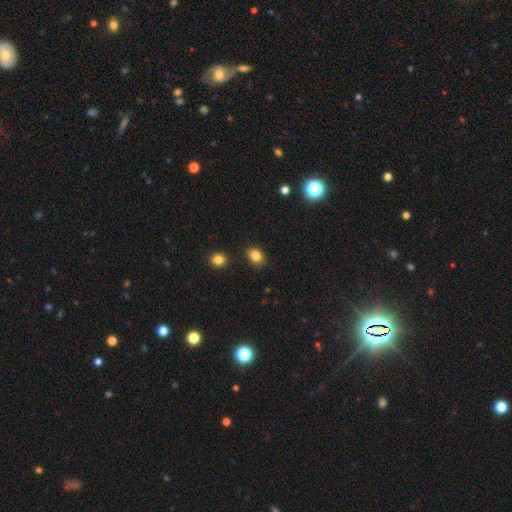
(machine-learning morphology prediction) Overall: smooth (84%). How rounded: in between (61%; round 38%). Merging: none (87%).